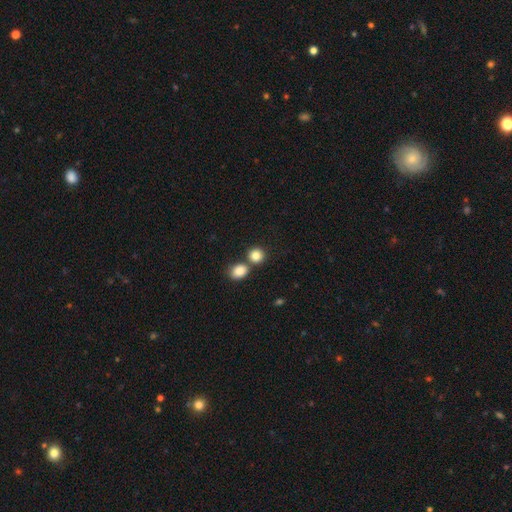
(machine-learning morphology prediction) A smooth galaxy with no disk features (84%) that is round (81%).

Vote fractions:
- Smooth or featured? smooth: 84% / star or artifact: 10% / featured or disk: 6%
- How rounded? round: 81% / in between: 18% / cigar-shaped: 1%
- Merging? none: 59% / merger: 30% / minor disturbance: 8% / major disturbance: 3%